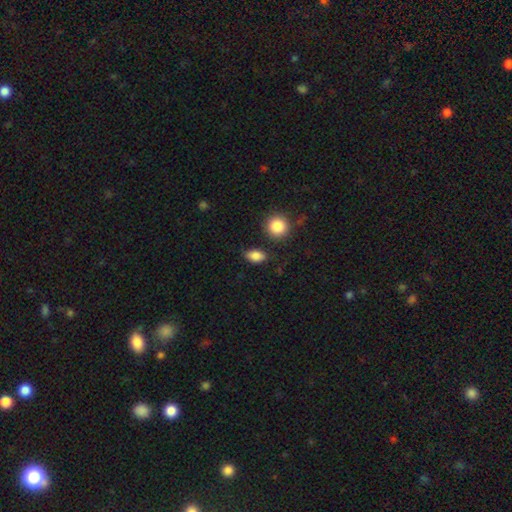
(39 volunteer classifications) Smooth or featured?
  - smooth: 92% *
  - star or artifact: 5%
  - featured or disk: 3%
How rounded?
  - in between: 92% *
  - cigar-shaped: 6%
  - round: 3%
Merging?
  - none: 84% *
  - minor disturbance: 8%
  - major disturbance: 5%
  - merger: 3%